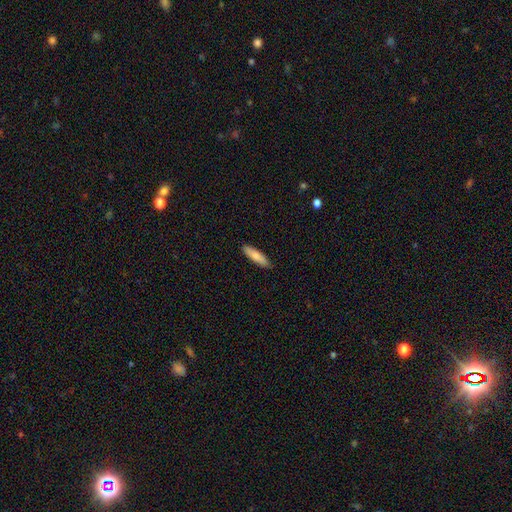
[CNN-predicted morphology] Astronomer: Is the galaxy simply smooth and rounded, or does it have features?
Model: smooth — 83%.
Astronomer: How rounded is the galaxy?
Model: cigar-shaped — 73%.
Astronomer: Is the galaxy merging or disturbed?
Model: none — 89%.